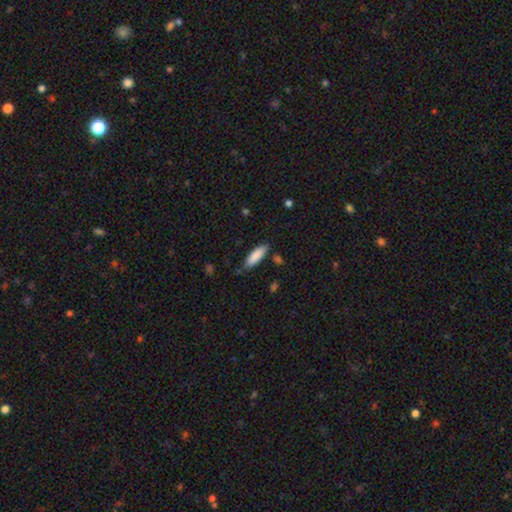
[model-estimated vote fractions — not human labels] Overall: smooth (87%). How rounded: in between (52%; cigar-shaped 47%). Merging: none (80%).